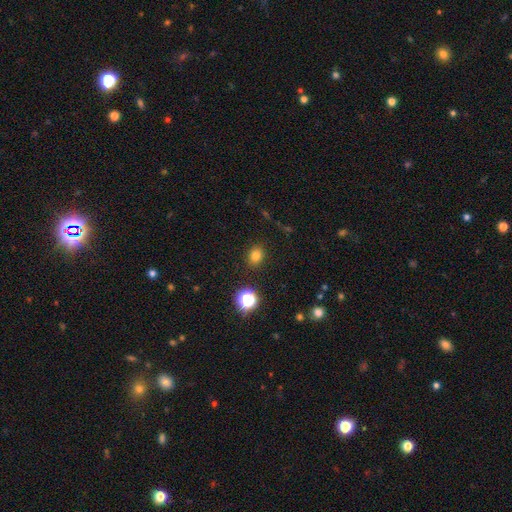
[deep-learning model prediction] The model was most divided on "how rounded": round: 58%, in between: 41%, cigar-shaped: 1%. More confident: merging — none (87%); smooth or featured — smooth (78%).